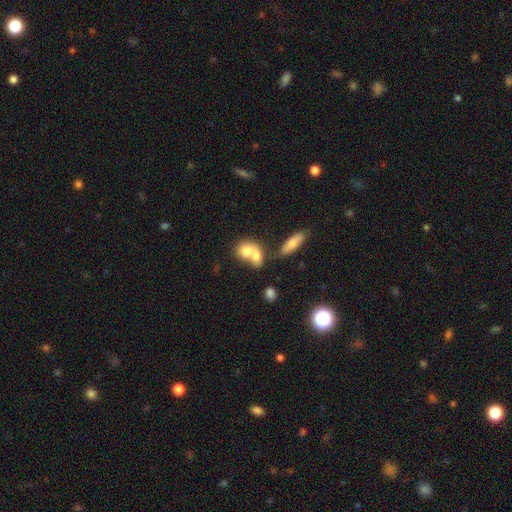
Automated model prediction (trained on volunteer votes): This appears to be a smooth galaxy with no disk features (72%) that is in between round and cigar-shaped (55%). Merging: merger (68%).